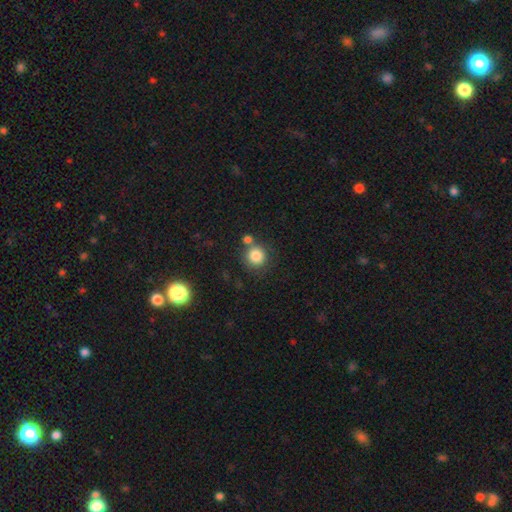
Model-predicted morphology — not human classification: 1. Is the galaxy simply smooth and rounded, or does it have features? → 83% smooth, 10% star or artifact, 6% featured or disk.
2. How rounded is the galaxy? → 91% round, 8% in between, 1% cigar-shaped.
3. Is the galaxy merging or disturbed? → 68% none, 18% merger, 10% minor disturbance, 4% major disturbance.